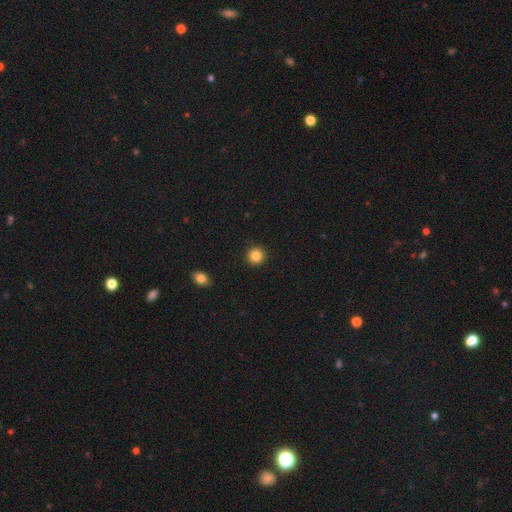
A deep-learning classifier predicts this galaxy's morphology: Q: Smooth or featured?
A: smooth (84%); runner-up: star or artifact (11%)
Q: How rounded?
A: round (94%); runner-up: in between (5%)
Q: Merging?
A: none (93%); runner-up: minor disturbance (5%)